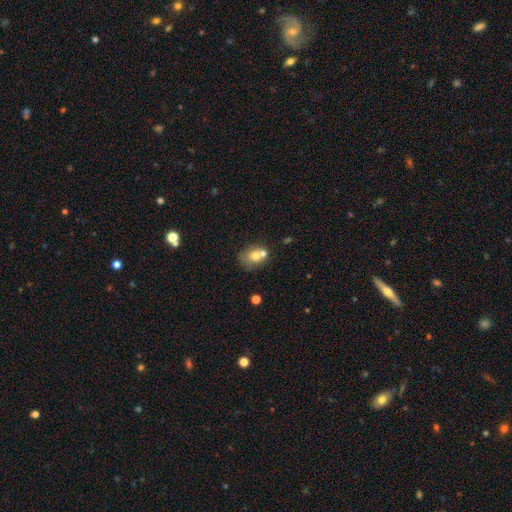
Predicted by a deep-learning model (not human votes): Smooth or featured?
  - smooth: 68% *
  - featured or disk: 21%
  - star or artifact: 11%
How rounded?
  - round: 54% *
  - in between: 45%
  - cigar-shaped: 1%
Merging?
  - none: 41% *
  - merger: 40%
  - minor disturbance: 13%
  - major disturbance: 6%